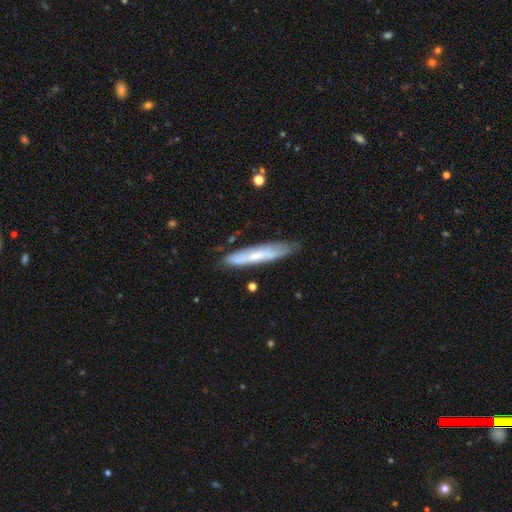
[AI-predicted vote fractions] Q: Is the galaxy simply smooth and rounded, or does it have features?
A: smooth — 51%.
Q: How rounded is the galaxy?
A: cigar-shaped — 88%.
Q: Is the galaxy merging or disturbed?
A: none — 75%.